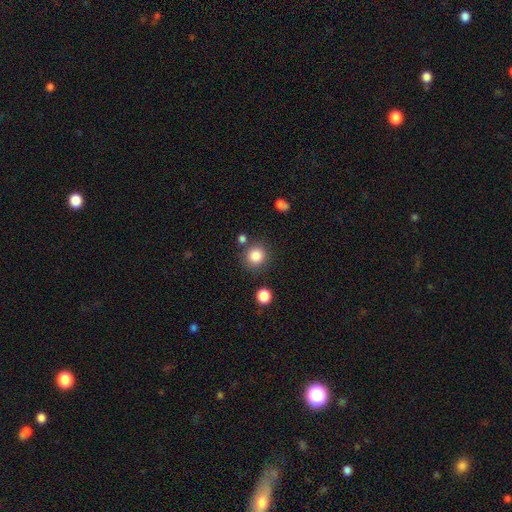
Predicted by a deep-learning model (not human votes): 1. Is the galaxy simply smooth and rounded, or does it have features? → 85% smooth, 11% star or artifact, 4% featured or disk.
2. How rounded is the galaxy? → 90% round, 9% in between, 1% cigar-shaped.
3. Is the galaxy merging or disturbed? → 80% none, 9% minor disturbance, 7% merger, 4% major disturbance.